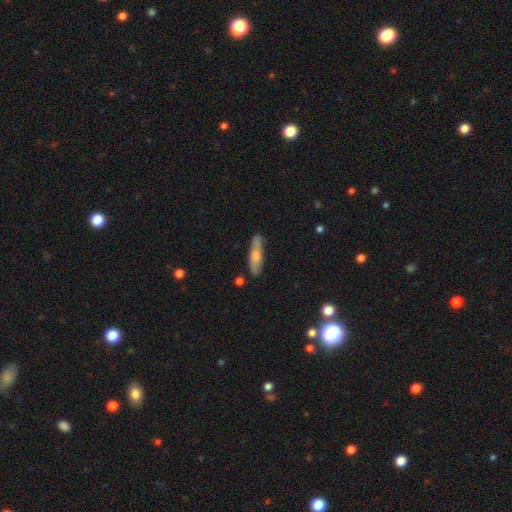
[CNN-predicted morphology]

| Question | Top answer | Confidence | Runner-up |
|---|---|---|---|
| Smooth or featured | smooth | 62% | featured or disk (32%) |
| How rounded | cigar-shaped | 64% | in between (34%) |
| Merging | none | 80% | minor disturbance (14%) |